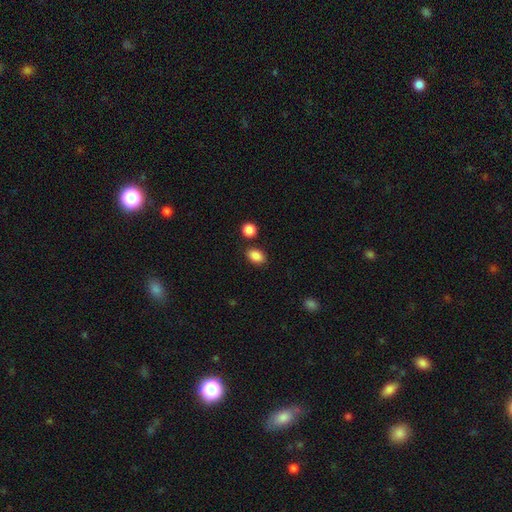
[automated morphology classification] Q: Smooth or featured?
A: smooth (87%); runner-up: star or artifact (9%)
Q: How rounded?
A: in between (82%); runner-up: round (16%)
Q: Merging?
A: none (80%); runner-up: minor disturbance (11%)